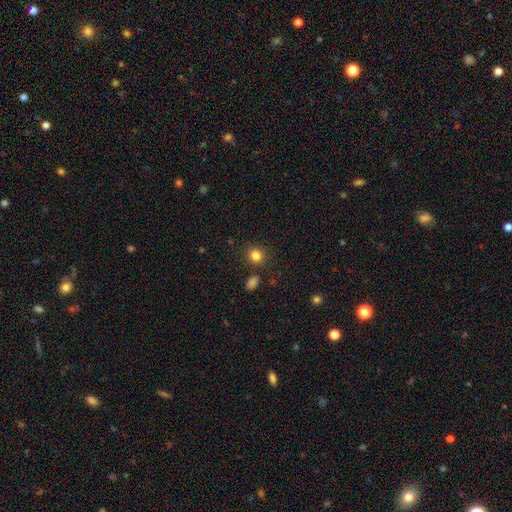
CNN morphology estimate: Overall: smooth (83%). How rounded: round (80%). Merging: none (83%).